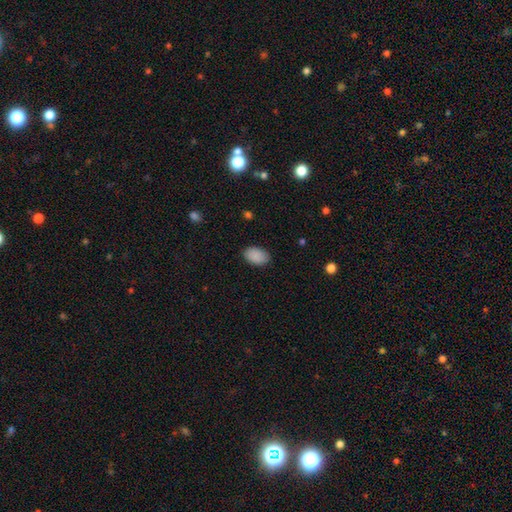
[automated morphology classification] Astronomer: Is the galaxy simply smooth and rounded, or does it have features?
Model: smooth — 90%.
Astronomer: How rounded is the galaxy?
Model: in between — 92%.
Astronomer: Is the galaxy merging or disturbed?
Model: none — 88%.